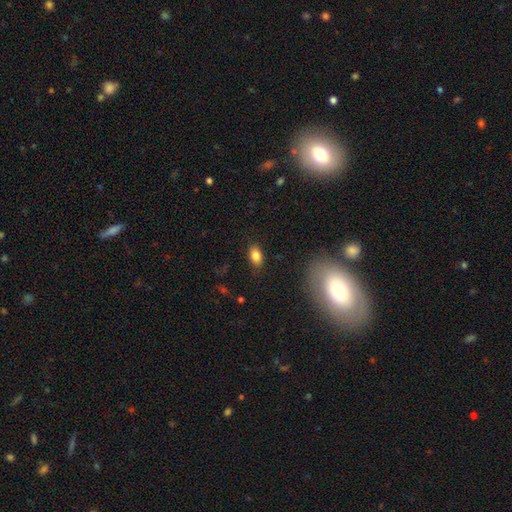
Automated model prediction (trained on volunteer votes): A smooth galaxy with no disk features (84%) that is in between round and cigar-shaped (87%).

Vote fractions:
- Smooth or featured? smooth: 84% / star or artifact: 9% / featured or disk: 7%
- How rounded? in between: 87% / round: 11% / cigar-shaped: 2%
- Merging? none: 85% / minor disturbance: 11% / major disturbance: 3% / merger: 1%